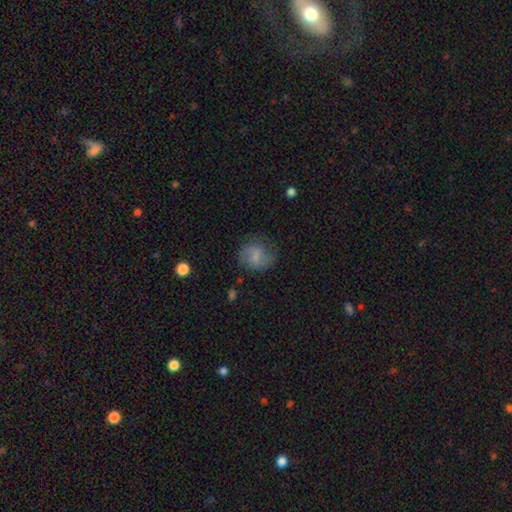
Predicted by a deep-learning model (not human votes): smooth-or-featured: smooth: 52% | featured or disk: 40% | star or artifact: 8%
  how-rounded: round: 68% | in between: 30% | cigar-shaped: 1%
  merging: none: 64% | minor disturbance: 22% | major disturbance: 12% | merger: 2%